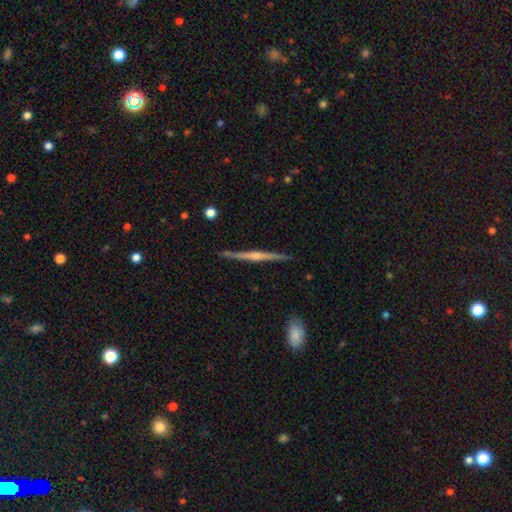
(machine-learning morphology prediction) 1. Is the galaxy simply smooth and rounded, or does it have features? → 78% featured or disk, 16% smooth, 6% star or artifact.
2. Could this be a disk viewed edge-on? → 98% yes, 2% no.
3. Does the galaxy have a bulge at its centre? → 76% rounded, 13% none, 11% boxy.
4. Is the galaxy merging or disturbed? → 89% none, 8% minor disturbance, 2% merger, 2% major disturbance.